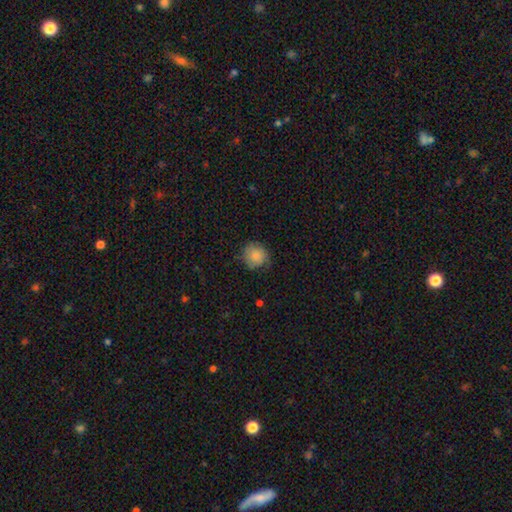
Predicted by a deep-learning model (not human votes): smooth 81%, featured or disk 11%, star or artifact 8%. Down the decision tree: how rounded — round (88%); merging — none (71%).